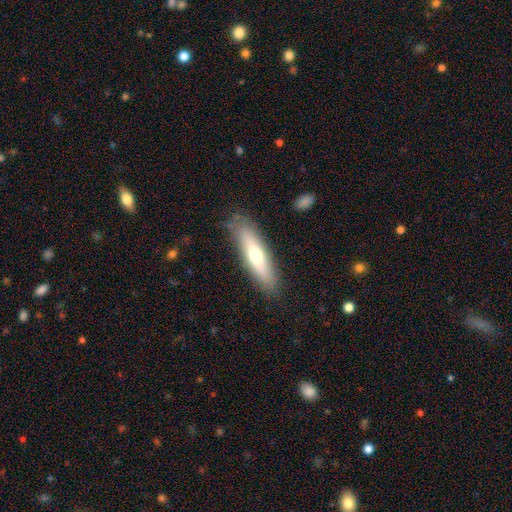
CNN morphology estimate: Smooth or featured?
  - smooth: 56% *
  - featured or disk: 38%
  - star or artifact: 6%
How rounded?
  - cigar-shaped: 68% *
  - in between: 30%
  - round: 2%
Merging?
  - none: 84% *
  - minor disturbance: 12%
  - major disturbance: 3%
  - merger: 1%